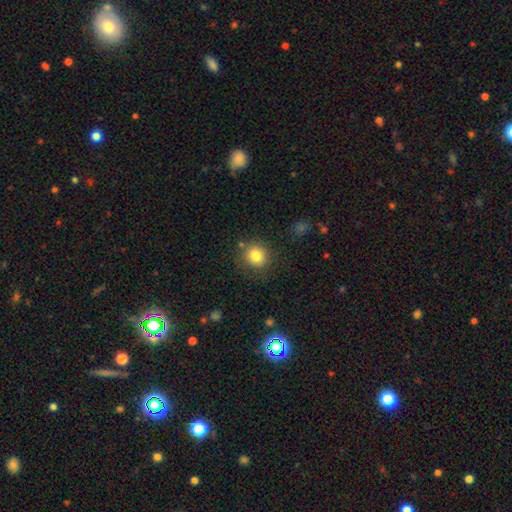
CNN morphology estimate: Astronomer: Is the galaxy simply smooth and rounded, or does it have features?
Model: smooth — 82%.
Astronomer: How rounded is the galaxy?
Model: round — 88%.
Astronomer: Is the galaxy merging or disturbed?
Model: none — 84%.